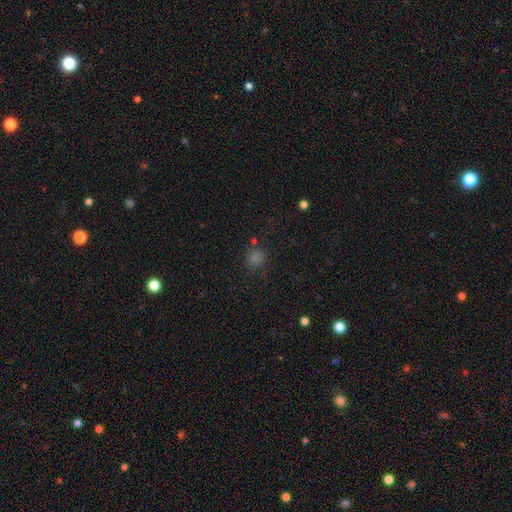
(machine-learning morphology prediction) type=smooth (66%); roundness=round (91%); merging=none (81%).